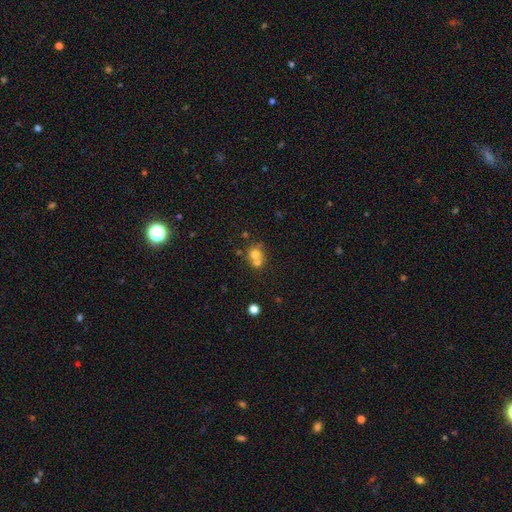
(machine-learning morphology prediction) smooth 69%, featured or disk 17%, star or artifact 13%. Down the decision tree: how rounded — round (79%); merging — merger (56%).